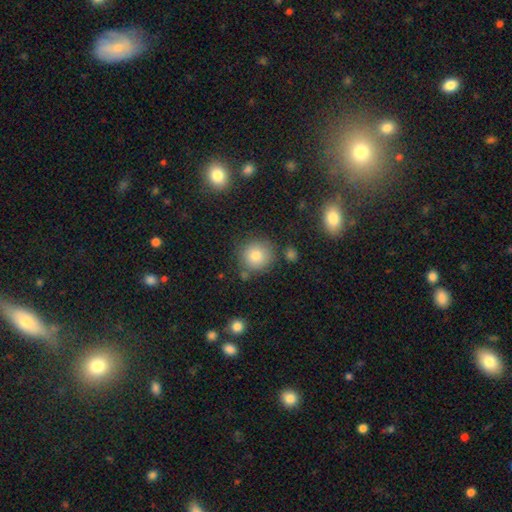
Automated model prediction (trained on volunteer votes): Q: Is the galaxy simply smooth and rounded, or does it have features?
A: smooth — 80%.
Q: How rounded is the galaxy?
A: round — 92%.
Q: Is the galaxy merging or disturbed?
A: none — 80%.